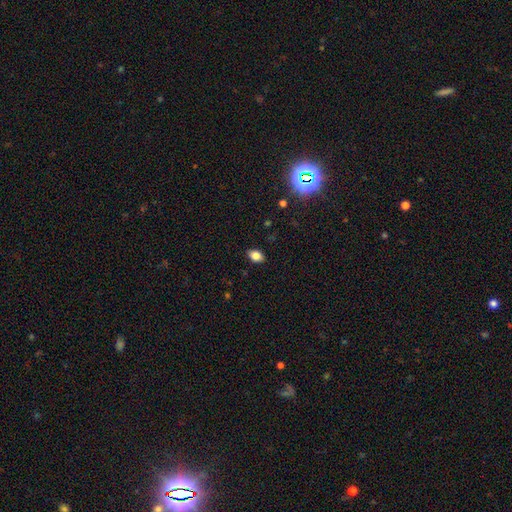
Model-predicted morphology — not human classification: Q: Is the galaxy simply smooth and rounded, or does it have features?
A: smooth — 83%.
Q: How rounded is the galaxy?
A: in between — 82%.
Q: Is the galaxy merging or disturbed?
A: none — 88%.